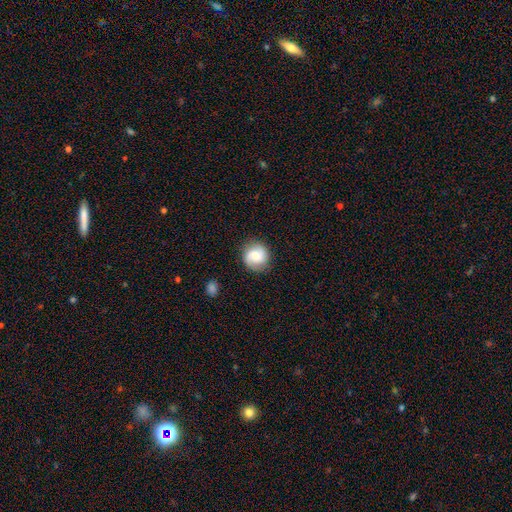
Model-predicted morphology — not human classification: smooth_or_featured: smooth (p=0.53) [alt: featured or disk p=0.39]
how_rounded: round (p=0.88) [alt: in between p=0.11]
merging: none (p=0.84) [alt: minor disturbance p=0.11]